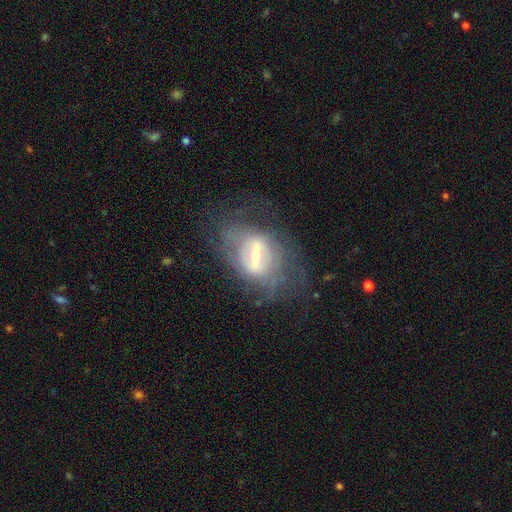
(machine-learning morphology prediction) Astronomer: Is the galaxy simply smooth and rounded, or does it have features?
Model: featured or disk — 72%.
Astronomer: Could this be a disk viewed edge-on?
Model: no — 88%.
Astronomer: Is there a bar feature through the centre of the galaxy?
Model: strong — 56% (runner-up: weak, 33%).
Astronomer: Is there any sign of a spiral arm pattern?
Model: yes — 56% (runner-up: no, 44%).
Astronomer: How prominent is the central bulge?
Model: small — 50% (runner-up: moderate, 34%).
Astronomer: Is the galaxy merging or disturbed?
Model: none — 56%.